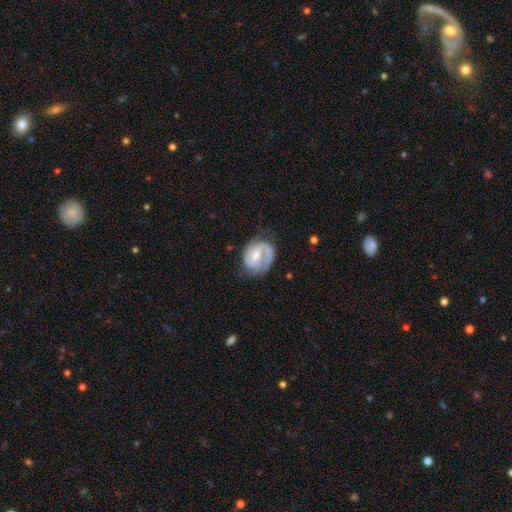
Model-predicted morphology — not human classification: A featured or disk galaxy (86%) with a weak bar (50%), 2 (78%) medium (47%) spiral arms (96%) and a moderate central bulge (51%).

Vote fractions:
- Smooth or featured? featured or disk: 86% / smooth: 9% / star or artifact: 5%
- Edge-on disk? no: 98% / yes: 2%
- Bar? weak: 50% / no: 30% / strong: 20%
- Spiral arms? yes: 96% / no: 4%
- Spiral winding? medium: 47% / tight: 39% / loose: 14%
- Spiral arm count? 2: 78% / 1: 7% / can't tell: 7% / 3: 6% / 4: 1% / more than 4: 1%
- Bulge size? moderate: 51% / small: 40% / none: 4% / large: 4% / dominant: 1%
- Merging? none: 66% / minor disturbance: 22% / major disturbance: 11% / merger: 2%